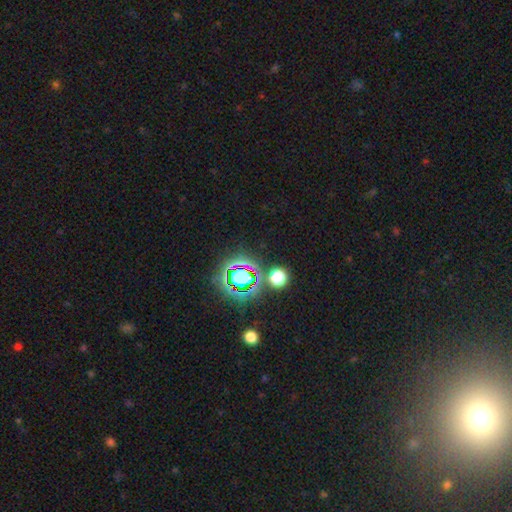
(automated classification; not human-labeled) A star or artifact, not a galaxy (76%).